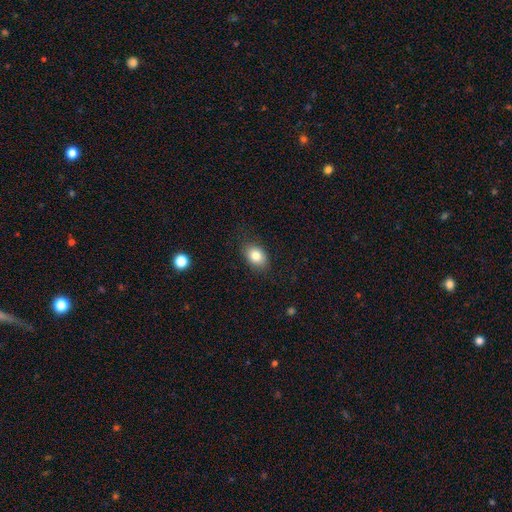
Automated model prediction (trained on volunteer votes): Smooth or featured?
  - smooth: 82% *
  - featured or disk: 9%
  - star or artifact: 9%
How rounded?
  - in between: 78% *
  - round: 21%
  - cigar-shaped: 1%
Merging?
  - none: 84% *
  - minor disturbance: 12%
  - major disturbance: 3%
  - merger: 1%